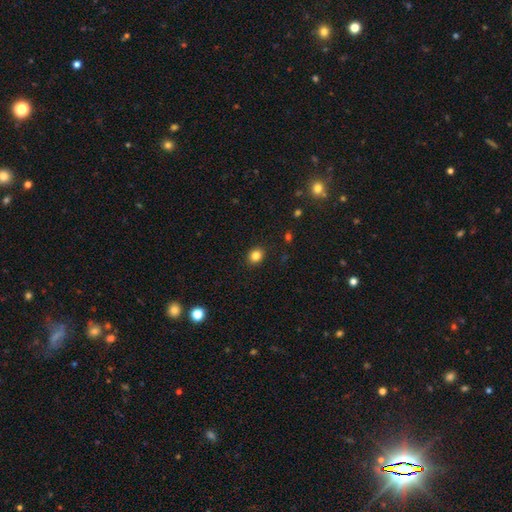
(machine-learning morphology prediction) The model was most divided on "how rounded": round: 70%, in between: 29%, cigar-shaped: 1%. More confident: merging — none (91%); smooth or featured — smooth (84%).